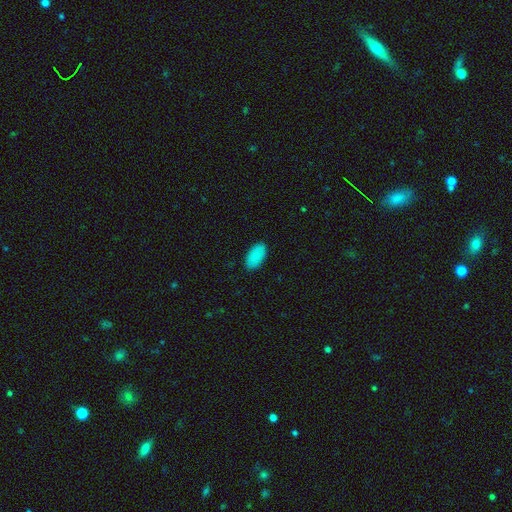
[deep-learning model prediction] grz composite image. It shows a smooth galaxy with no disk features (88%) that is in between round and cigar-shaped (95%). Merging: none (88%).